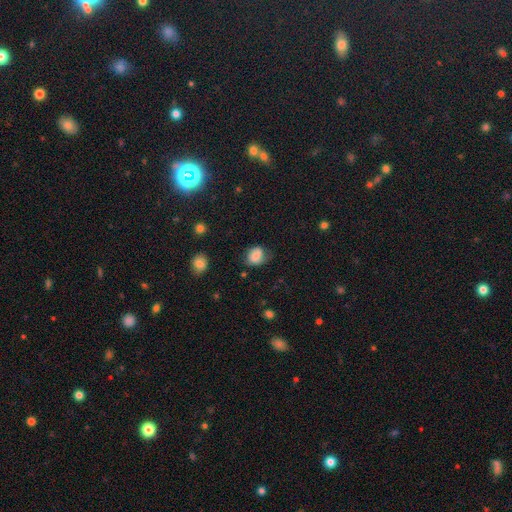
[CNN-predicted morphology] smooth 74%, featured or disk 17%, star or artifact 9%. Down the decision tree: how rounded — round (52%); merging — none (49%).